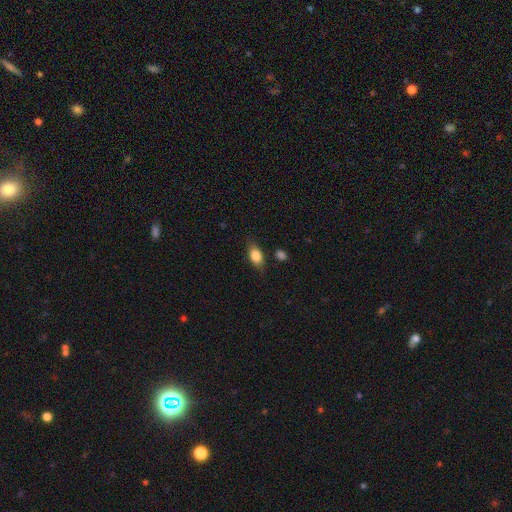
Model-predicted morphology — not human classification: type=smooth (82%); roundness=in between (82%); merging=none (78%).